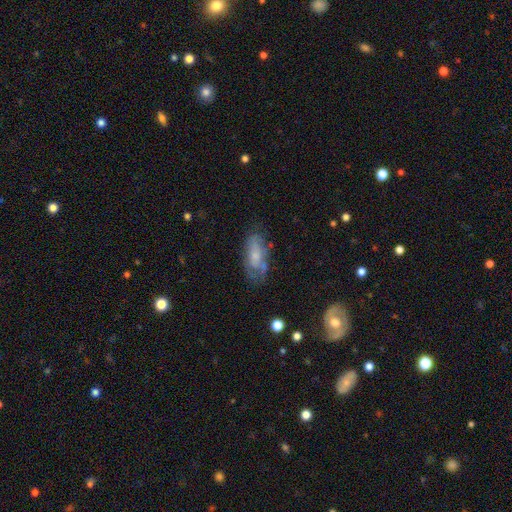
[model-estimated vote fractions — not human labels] Smooth or featured? smooth (49%)
Merging? none (55%)